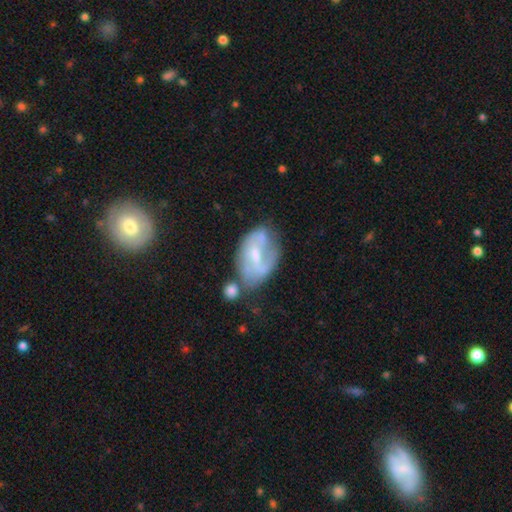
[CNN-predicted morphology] smooth_or_featured: featured or disk (p=0.67) [alt: smooth p=0.25]
disk_edge_on: no (p=0.96) [alt: yes p=0.04]
bar: weak (p=0.49) [alt: no p=0.33]
has_spiral_arms: yes (p=0.69) [alt: no p=0.31]
bulge_size: small (p=0.50) [alt: moderate p=0.39]
merging: none (p=0.41) [alt: minor disturbance p=0.27]